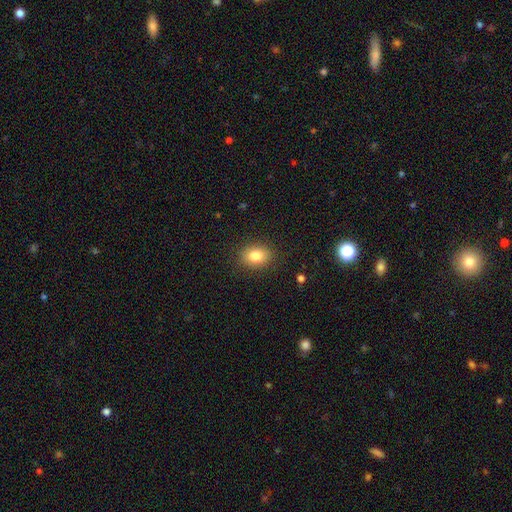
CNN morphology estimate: A smooth galaxy with no disk features (82%) that is in between round and cigar-shaped (62%).

Vote fractions:
- Smooth or featured? smooth: 82% / star or artifact: 10% / featured or disk: 8%
- How rounded? in between: 62% / round: 37% / cigar-shaped: 1%
- Merging? none: 87% / minor disturbance: 9% / major disturbance: 3% / merger: 1%